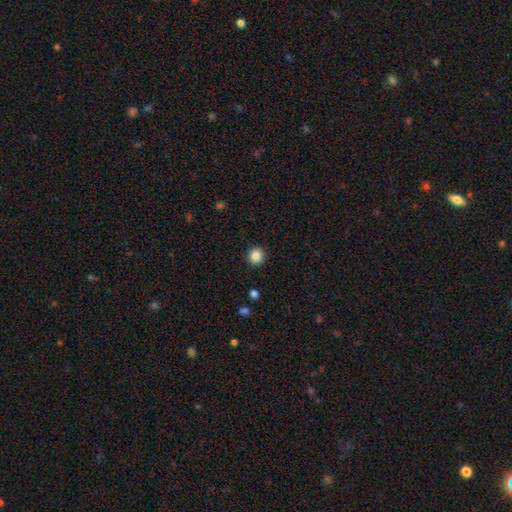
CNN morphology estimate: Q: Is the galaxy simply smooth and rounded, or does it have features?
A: smooth — 86%.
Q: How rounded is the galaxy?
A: round — 91%.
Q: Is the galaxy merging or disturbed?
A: none — 92%.